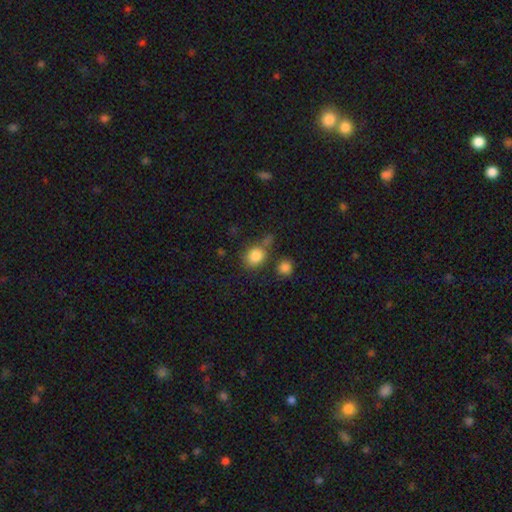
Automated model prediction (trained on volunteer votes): The model was most divided on "how rounded": round: 59%, in between: 40%, cigar-shaped: 1%. More confident: smooth or featured — smooth (84%); merging — none (61%).